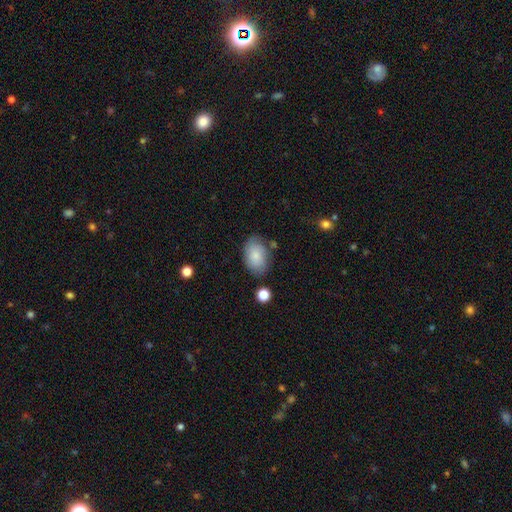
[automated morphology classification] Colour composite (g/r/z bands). It shows a smooth galaxy with no disk features (77%) that is in between round and cigar-shaped (86%). Merging: none (70%).